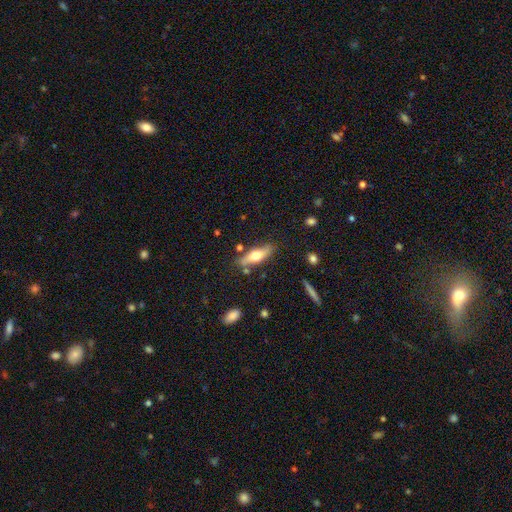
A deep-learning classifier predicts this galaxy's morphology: The model was most divided on "how rounded": in between: 50%, cigar-shaped: 48%, round: 3%. More confident: merging — none (77%); smooth or featured — smooth (54%).